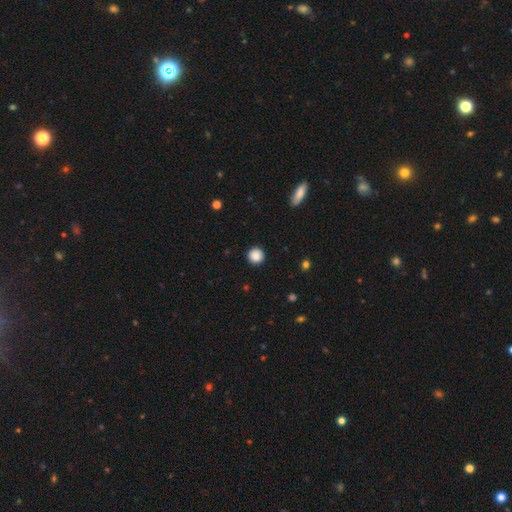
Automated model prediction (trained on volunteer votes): Morphology: type=smooth (88%); roundness=round (95%); merging=none (92%).